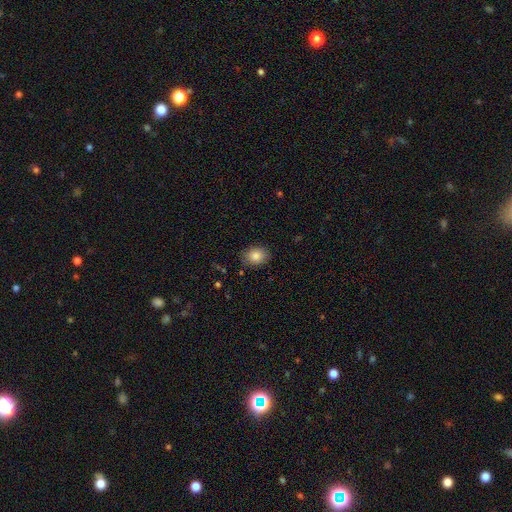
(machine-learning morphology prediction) type=smooth (85%); roundness=round (50%, tied with in between); merging=none (84%).